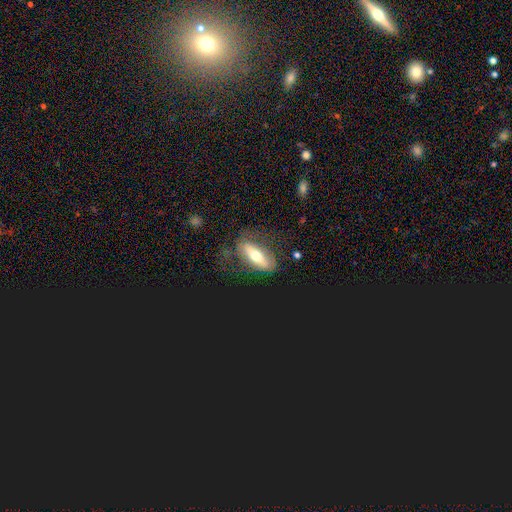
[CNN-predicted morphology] smooth_or_featured: featured or disk (p=0.46) [tied with: smooth p=0.46]
merging: none (p=0.55) [alt: major disturbance p=0.21]